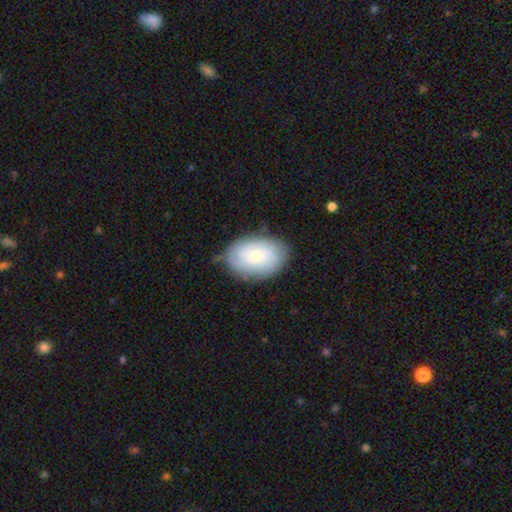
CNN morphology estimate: A featured or disk galaxy (50%).

Vote fractions:
- Smooth or featured? featured or disk: 50% / smooth: 43% / star or artifact: 7%
- Edge-on disk? no: 96% / yes: 4%
- Merging? none: 78% / minor disturbance: 17% / major disturbance: 4% / merger: 1%